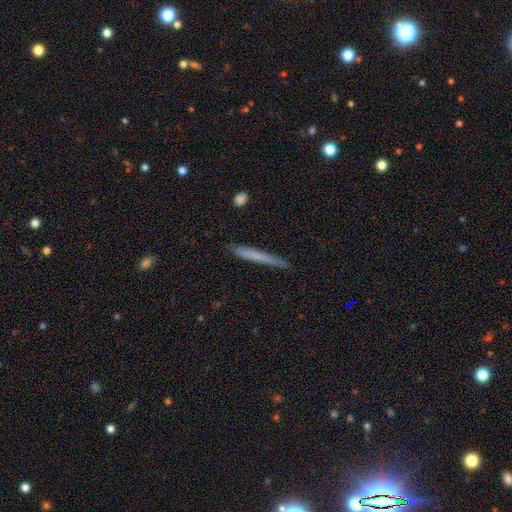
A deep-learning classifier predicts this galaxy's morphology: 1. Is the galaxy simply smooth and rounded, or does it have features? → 64% smooth, 30% featured or disk, 6% star or artifact.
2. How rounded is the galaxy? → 97% cigar-shaped, 2% in between, 1% round.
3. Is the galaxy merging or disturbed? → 86% none, 11% minor disturbance, 2% major disturbance, 2% merger.